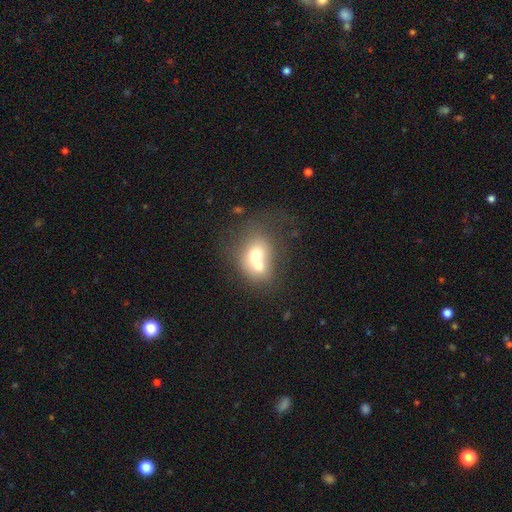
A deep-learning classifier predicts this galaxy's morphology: Smooth or featured? Predicted: smooth (p=0.62). How rounded? Predicted: round (p=0.53). Merging? Predicted: merger (p=0.69).